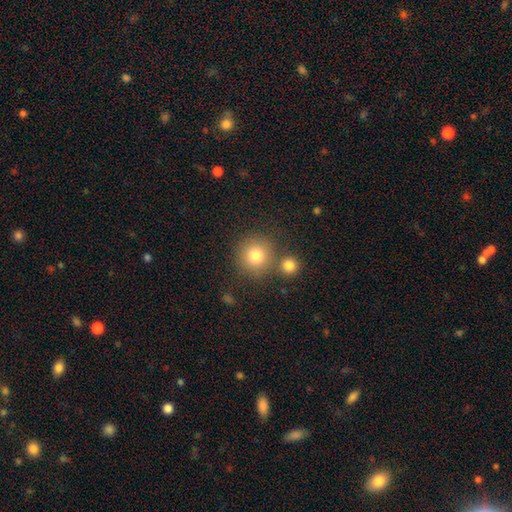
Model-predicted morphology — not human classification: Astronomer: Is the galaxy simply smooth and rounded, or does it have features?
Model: smooth — 80%.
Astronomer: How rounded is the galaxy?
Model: round — 92%.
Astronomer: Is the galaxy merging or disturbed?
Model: none — 72%.